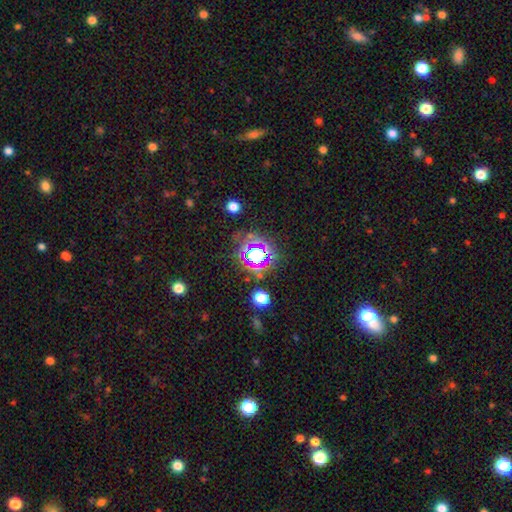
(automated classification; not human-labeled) smooth_or_featured: star or artifact (p=0.58) [alt: smooth p=0.27]